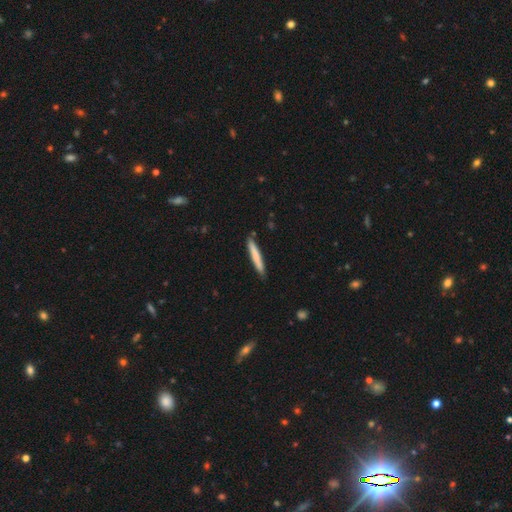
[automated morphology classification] A smooth galaxy with no disk features (73%) that is cigar-shaped (95%). Merging: none (87%).